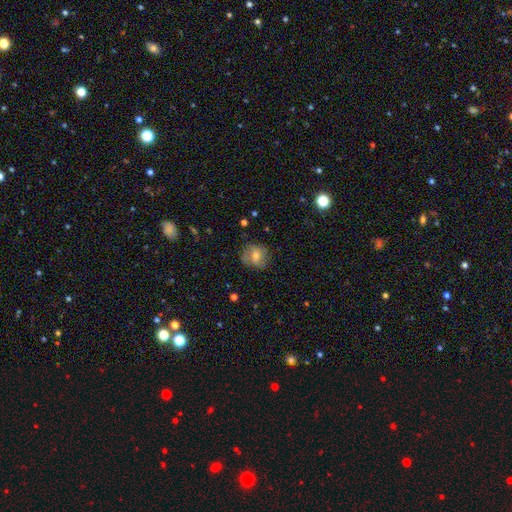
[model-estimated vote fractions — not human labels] Smooth or featured? smooth (62%)
How rounded? round (78%)
Merging? none (73%)